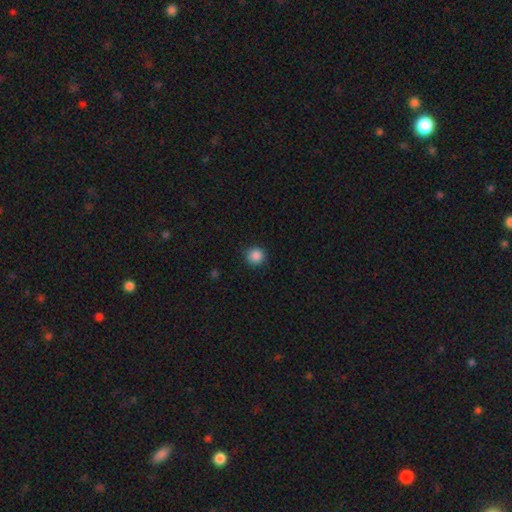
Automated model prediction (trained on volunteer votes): smooth-or-featured: smooth: 87% | star or artifact: 10% | featured or disk: 3%
  how-rounded: round: 94% | in between: 5% | cigar-shaped: 1%
  merging: none: 91% | minor disturbance: 6% | major disturbance: 2% | merger: 1%